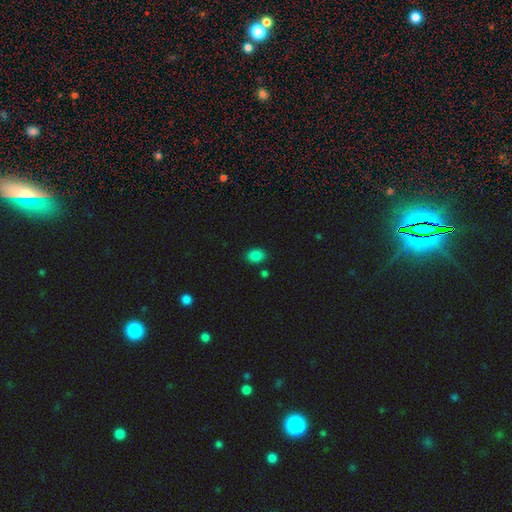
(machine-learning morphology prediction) A smooth galaxy with no disk features (85%) that is in between round and cigar-shaped (74%). Merging: none (83%).